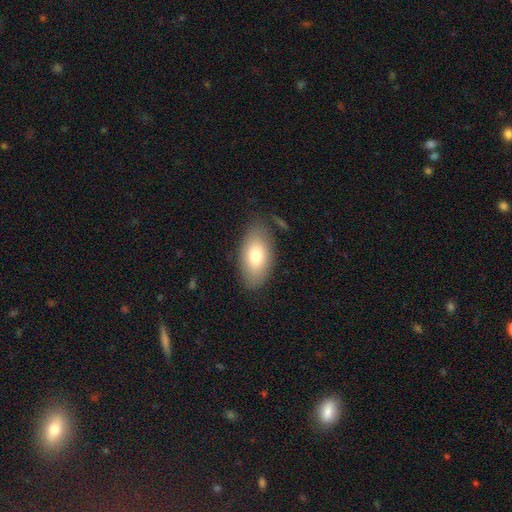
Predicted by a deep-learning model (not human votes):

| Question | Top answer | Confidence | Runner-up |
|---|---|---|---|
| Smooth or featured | smooth | 76% | featured or disk (17%) |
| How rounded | in between | 93% | round (4%) |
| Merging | none | 79% | minor disturbance (15%) |